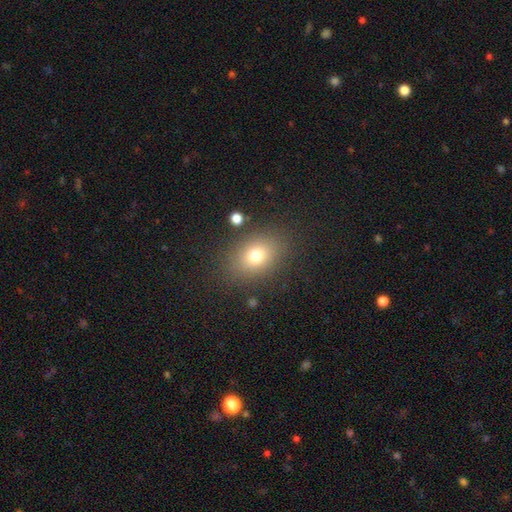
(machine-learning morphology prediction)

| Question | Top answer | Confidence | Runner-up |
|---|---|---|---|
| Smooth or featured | smooth | 75% | star or artifact (13%) |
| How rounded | in between | 69% | round (30%) |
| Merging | none | 83% | minor disturbance (10%) |